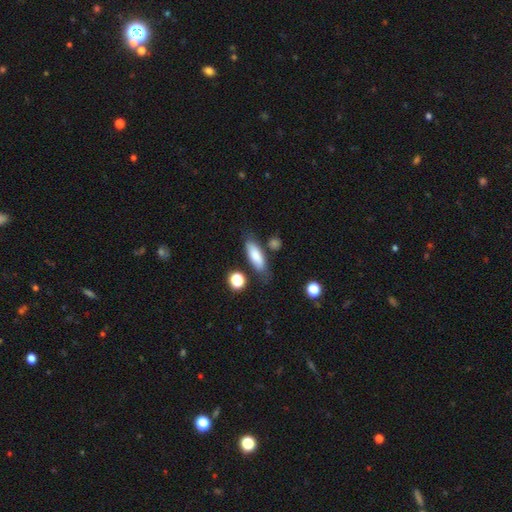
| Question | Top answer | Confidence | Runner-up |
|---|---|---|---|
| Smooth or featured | smooth | 87% | featured or disk (10%) |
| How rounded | cigar-shaped | 56% | in between (41%) |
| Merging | none | 71% | minor disturbance (18%) |